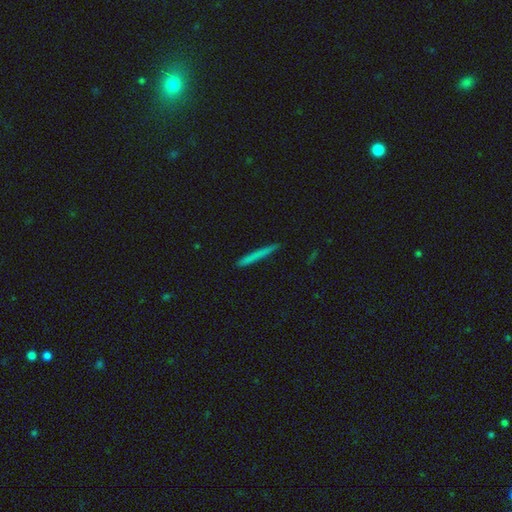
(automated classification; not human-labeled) Smooth or featured? smooth (67%)
How rounded? cigar-shaped (97%)
Merging? none (90%)